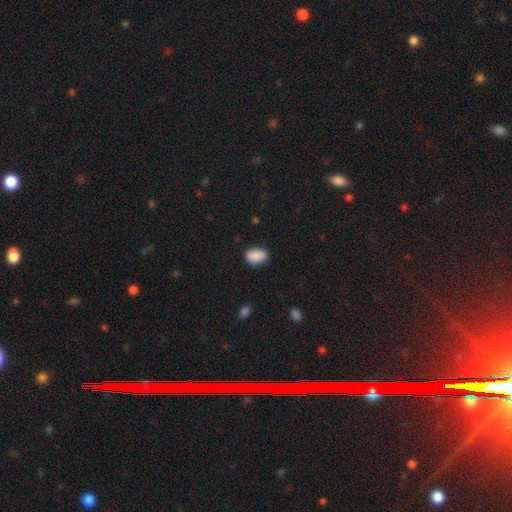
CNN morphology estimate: smooth-or-featured: smooth: 87% | star or artifact: 7% | featured or disk: 6%
  how-rounded: in between: 90% | round: 8% | cigar-shaped: 2%
  merging: none: 77% | minor disturbance: 17% | major disturbance: 3% | merger: 2%